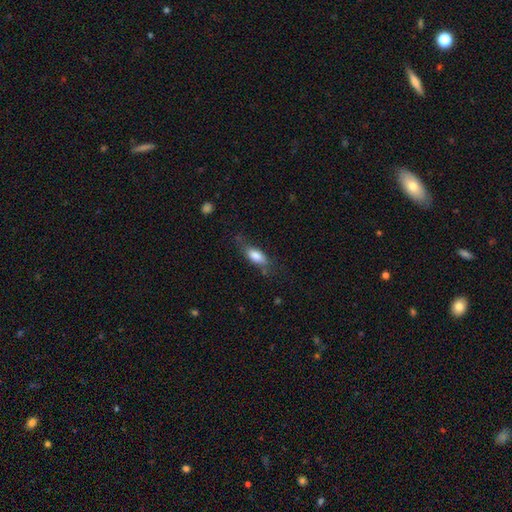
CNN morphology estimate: smooth 80%, featured or disk 13%, star or artifact 7%. Down the decision tree: how rounded — in between (80%); merging — none (61%).